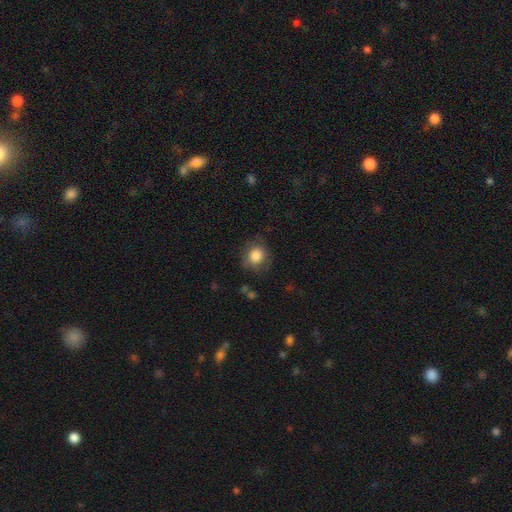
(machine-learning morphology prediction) smooth 83%, star or artifact 8%, featured or disk 8%. Down the decision tree: how rounded — round (77%); merging — none (74%).